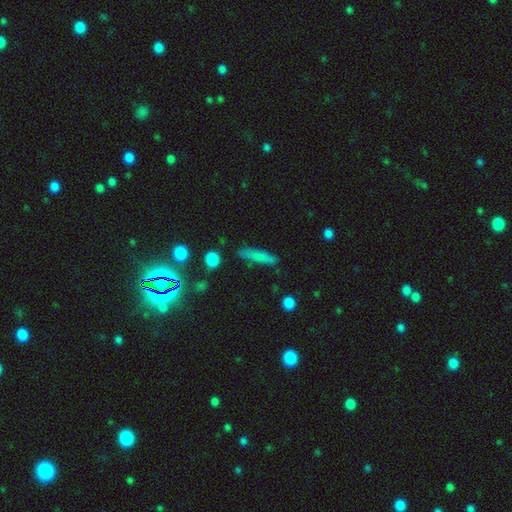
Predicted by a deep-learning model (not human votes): Overall: smooth (76%). How rounded: cigar-shaped (82%). Merging: none (77%).